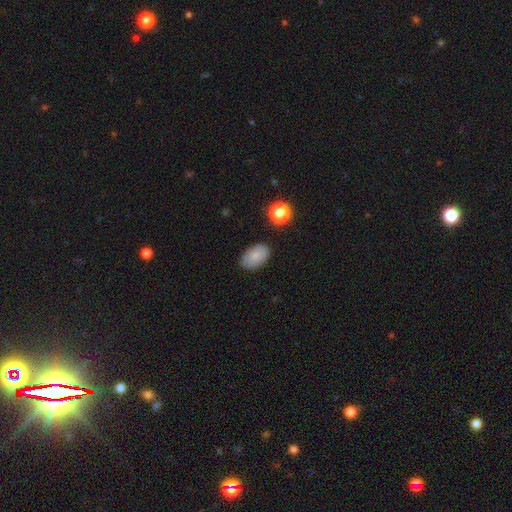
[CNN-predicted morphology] A smooth galaxy with no disk features (83%) that is in between round and cigar-shaped (90%).

Vote fractions:
- Smooth or featured? smooth: 83% / star or artifact: 9% / featured or disk: 8%
- How rounded? in between: 90% / round: 9% / cigar-shaped: 1%
- Merging? none: 84% / minor disturbance: 12% / major disturbance: 3% / merger: 2%